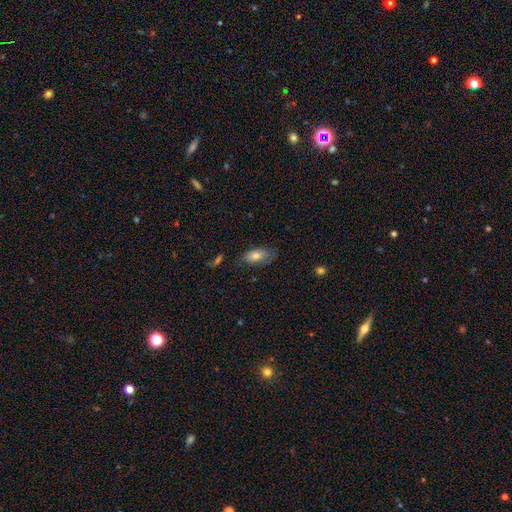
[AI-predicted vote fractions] Overall: smooth (76%). How rounded: in between (89%). Merging: none (67%).